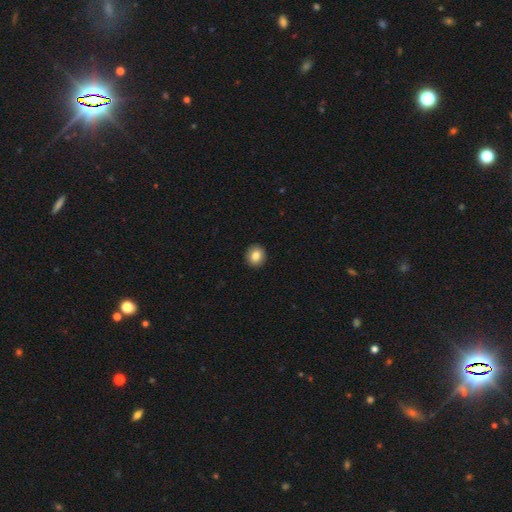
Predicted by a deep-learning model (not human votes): Smooth or featured? smooth (85%)
How rounded? round (86%)
Merging? none (93%)